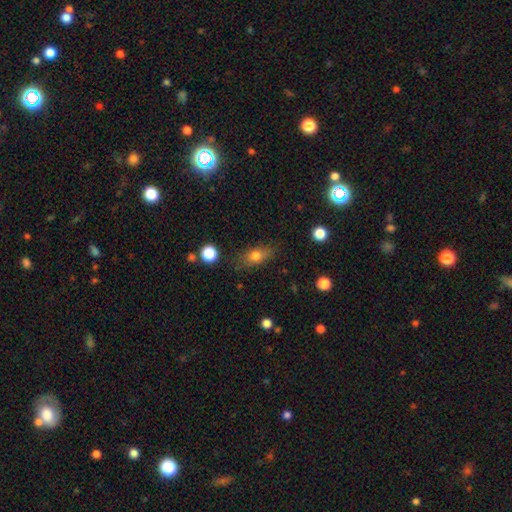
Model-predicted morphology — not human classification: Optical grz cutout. It shows a smooth galaxy with no disk features (76%) that is in between round and cigar-shaped (72%). Merging: none (76%).